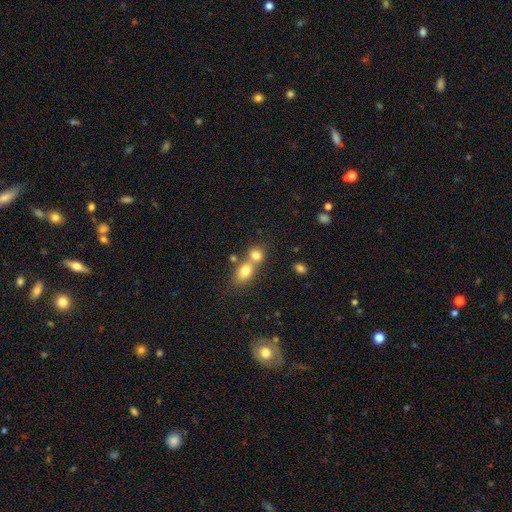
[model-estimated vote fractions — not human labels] smooth-or-featured: smooth: 61% | star or artifact: 25% | featured or disk: 14%
  how-rounded: round: 55% | in between: 40% | cigar-shaped: 6%
  merging: none: 47% | merger: 40% | minor disturbance: 9% | major disturbance: 5%